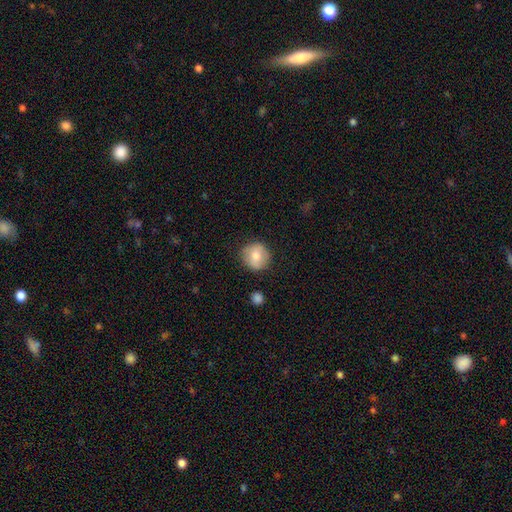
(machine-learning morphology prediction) Smooth or featured? smooth (72%)
How rounded? round (92%)
Merging? none (85%)